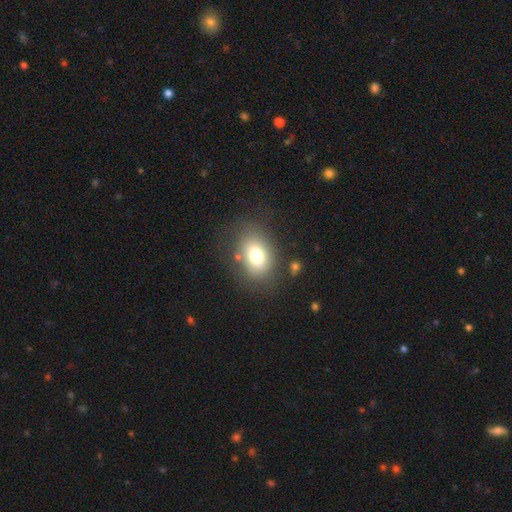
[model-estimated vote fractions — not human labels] Overall: smooth (74%). How rounded: in between (67%; round 32%). Merging: none (74%).